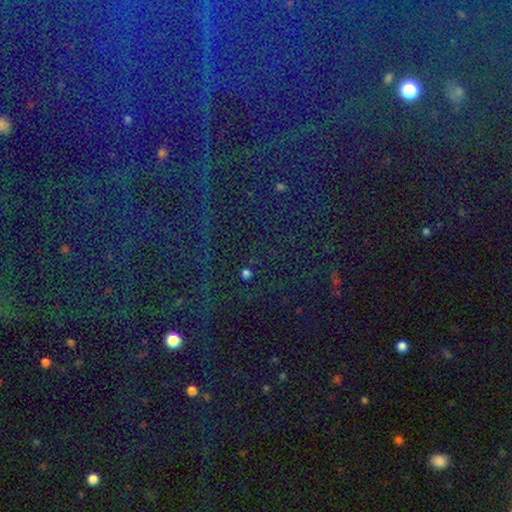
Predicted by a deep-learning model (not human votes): This is clearly a star or artifact rather than a galaxy (85%).